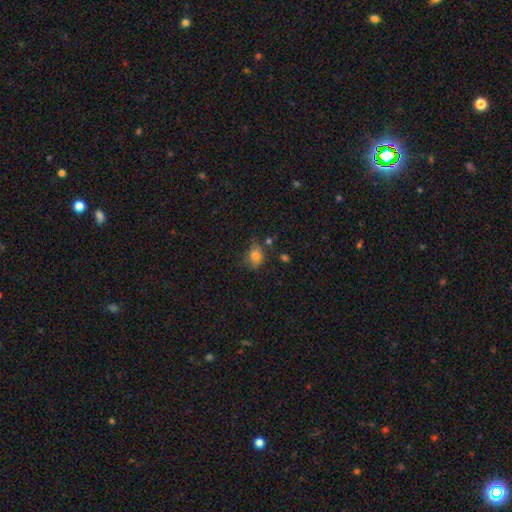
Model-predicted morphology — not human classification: Smooth or featured: smooth — 77% (star or artifact — 13%)
How rounded: in between — 52% (round — 47%)
Merging: none — 56% (minor disturbance — 27%)